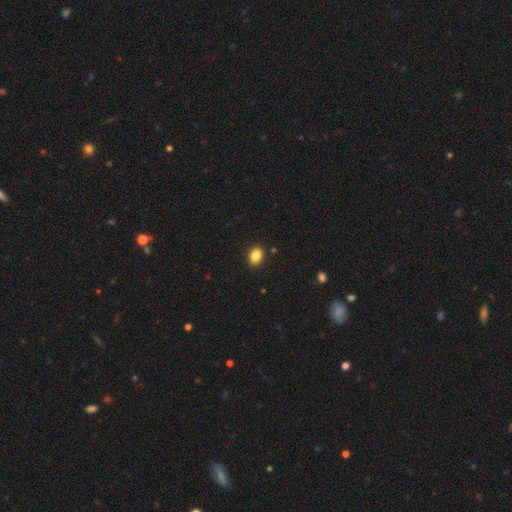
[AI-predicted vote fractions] This appears to be a smooth galaxy with no disk features (86%) that is in between round and cigar-shaped (77%). Merging: none (90%).